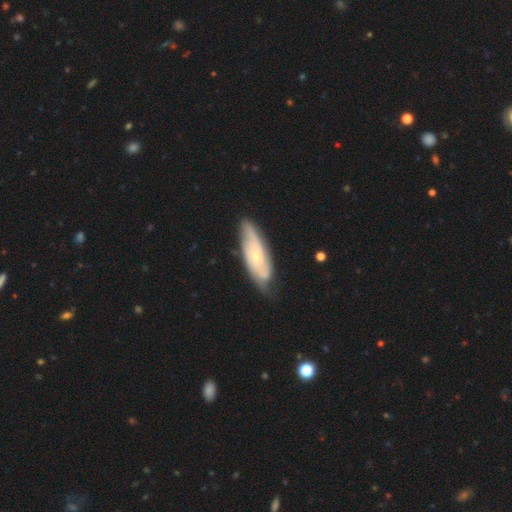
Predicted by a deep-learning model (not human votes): This is likely a featured or disk galaxy (67%). It is clearly not viewed edge-on (83%). Bar: likely no (75%). Spiral arm pattern: clearly yes (85%). Central bulge: likely small (72%). Merging: likely none (71%).